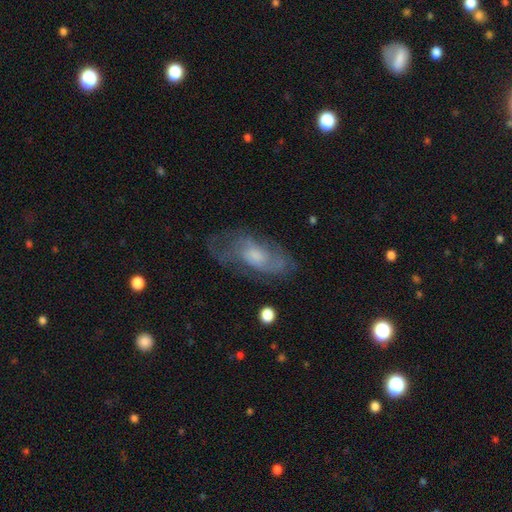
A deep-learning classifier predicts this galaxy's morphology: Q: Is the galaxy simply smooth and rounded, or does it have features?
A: featured or disk — 63%.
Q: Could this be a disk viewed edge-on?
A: no — 90%.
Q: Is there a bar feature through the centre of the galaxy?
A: no — 70%.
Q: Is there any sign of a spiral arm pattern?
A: yes — 76%.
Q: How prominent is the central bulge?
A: moderate — 41%.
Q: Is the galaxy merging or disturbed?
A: none — 58%.